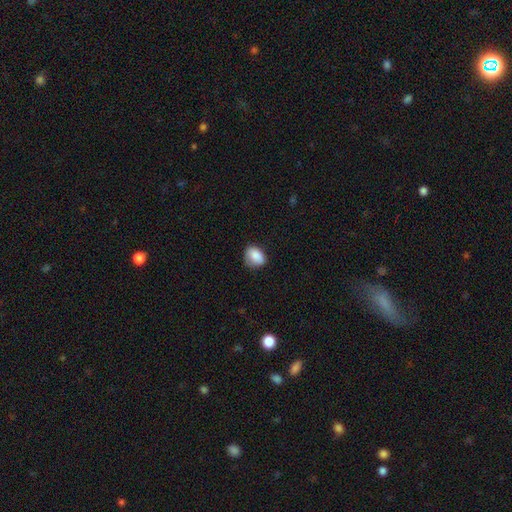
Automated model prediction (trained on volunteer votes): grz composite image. It shows a smooth galaxy with no disk features (86%) that is in between round and cigar-shaped (64%). Merging: none (64%).